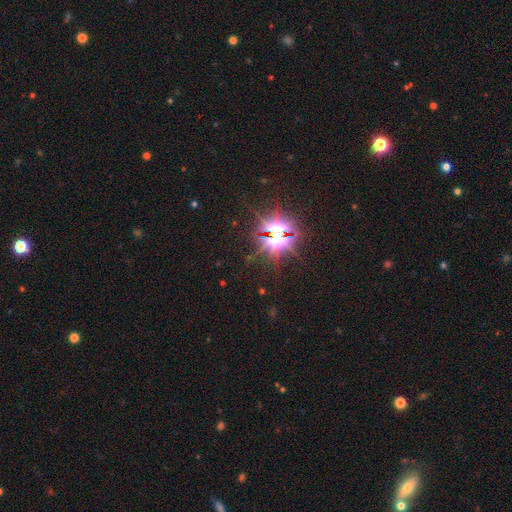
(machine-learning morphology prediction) Smooth or featured?
  - star or artifact: 85% *
  - smooth: 8%
  - featured or disk: 6%